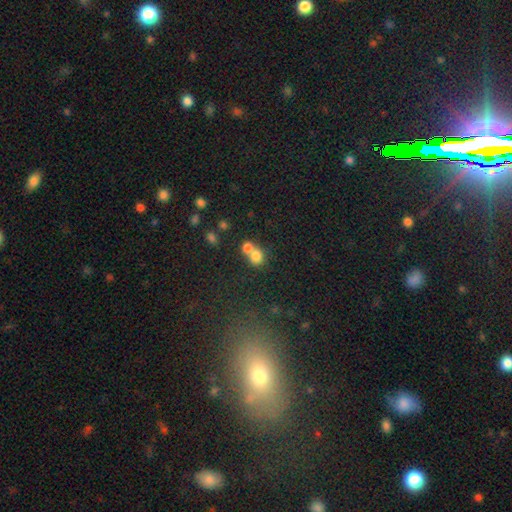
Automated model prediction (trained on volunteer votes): smooth-or-featured: smooth: 77% | star or artifact: 12% | featured or disk: 11%
  how-rounded: round: 77% | in between: 22% | cigar-shaped: 1%
  merging: merger: 58% | none: 33% | minor disturbance: 6% | major disturbance: 3%